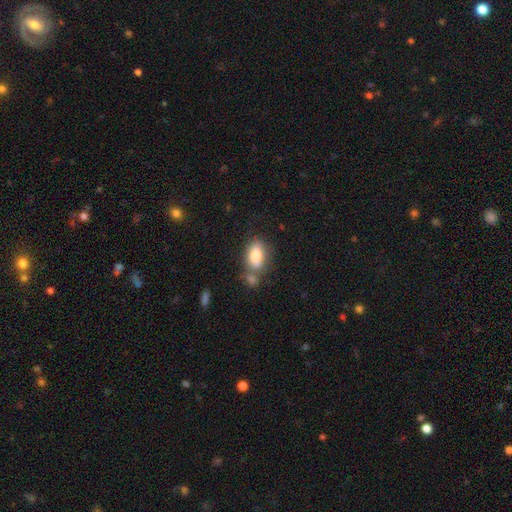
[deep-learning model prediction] Smooth or featured? Predicted: smooth (p=0.79). How rounded? Predicted: in between (p=0.85). Merging? Predicted: none (p=0.54).